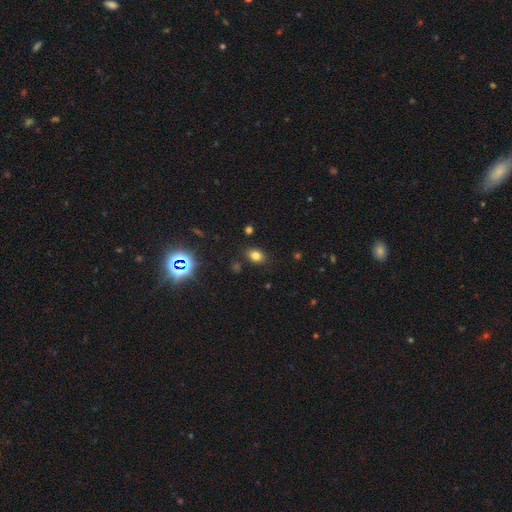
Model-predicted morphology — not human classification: This is likely a smooth galaxy (76%). How rounded: likely in between (72%). Merging: clearly none (84%).